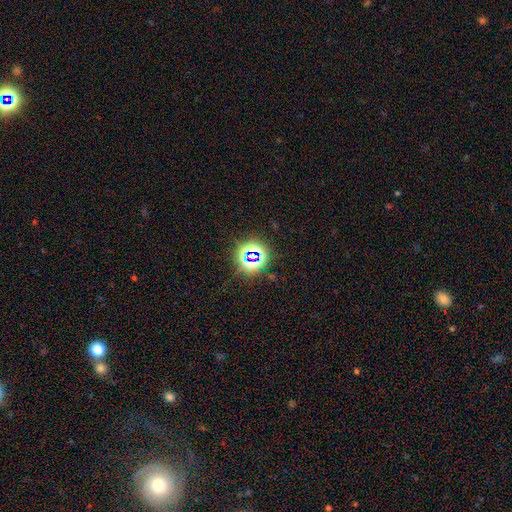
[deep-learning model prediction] The model was most divided on "smooth or featured": star or artifact: 72%, smooth: 19%, featured or disk: 9%.